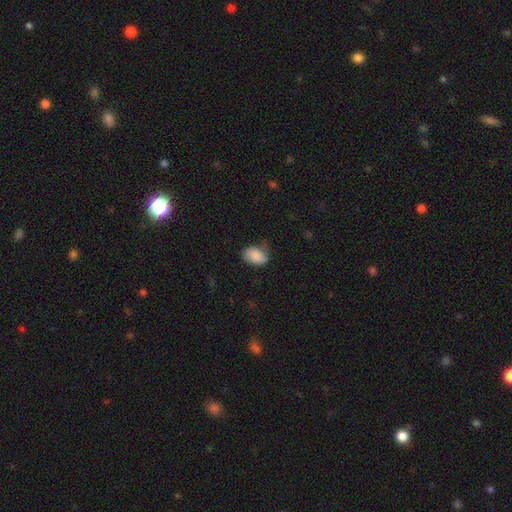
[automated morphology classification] Smooth or featured? Predicted: smooth (p=0.83). How rounded? Predicted: in between (p=0.83). Merging? Predicted: none (p=0.61).